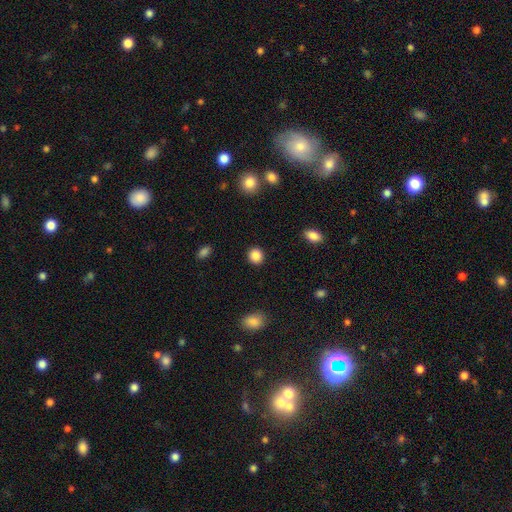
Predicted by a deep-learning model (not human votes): Smooth or featured?
  - smooth: 88% *
  - star or artifact: 9%
  - featured or disk: 3%
How rounded?
  - round: 87% *
  - in between: 12%
  - cigar-shaped: 1%
Merging?
  - none: 91% *
  - minor disturbance: 6%
  - major disturbance: 2%
  - merger: 1%